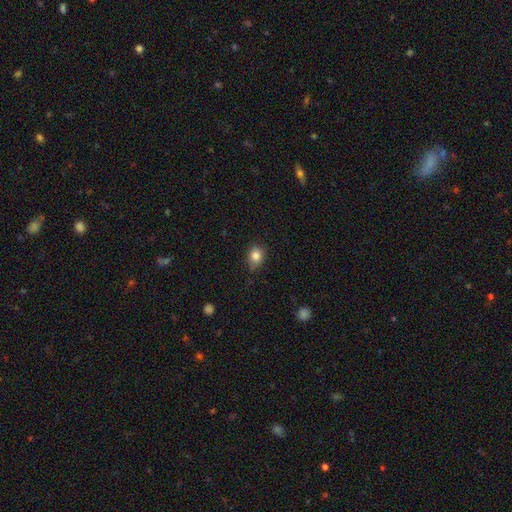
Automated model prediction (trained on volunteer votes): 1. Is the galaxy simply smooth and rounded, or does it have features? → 84% smooth, 10% star or artifact, 6% featured or disk.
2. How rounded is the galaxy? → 57% round, 42% in between, 1% cigar-shaped.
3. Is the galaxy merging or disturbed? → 76% none, 19% minor disturbance, 3% major disturbance, 1% merger.